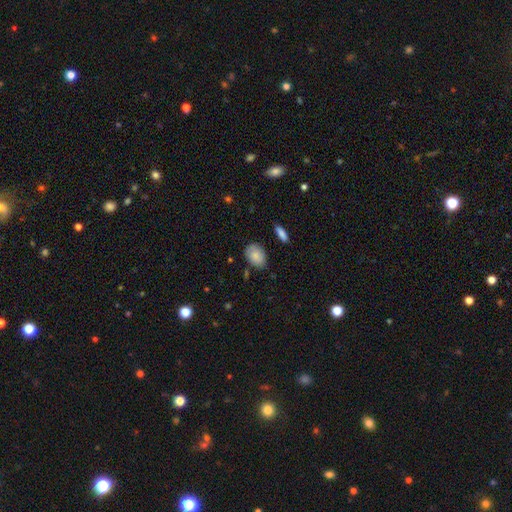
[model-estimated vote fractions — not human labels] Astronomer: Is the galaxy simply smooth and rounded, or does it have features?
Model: smooth — 83%.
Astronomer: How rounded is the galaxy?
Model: in between — 79%.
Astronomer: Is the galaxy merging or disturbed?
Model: none — 77%.